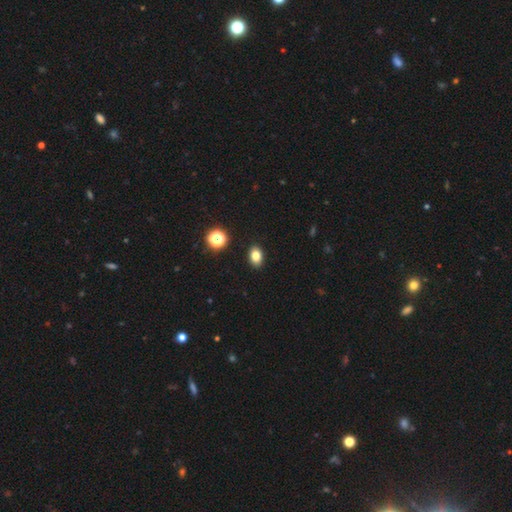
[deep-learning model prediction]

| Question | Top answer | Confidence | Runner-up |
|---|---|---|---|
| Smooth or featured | smooth | 79% | star or artifact (13%) |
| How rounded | in between | 75% | round (24%) |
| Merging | none | 90% | minor disturbance (7%) |